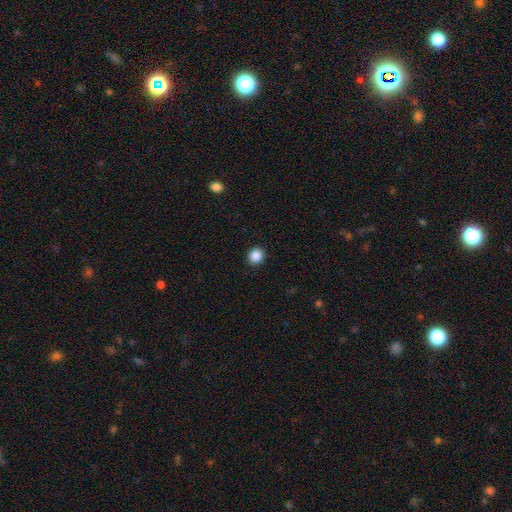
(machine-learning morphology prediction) A smooth galaxy with no disk features (88%) that is round (90%).

Vote fractions:
- Smooth or featured? smooth: 88% / star or artifact: 10% / featured or disk: 3%
- How rounded? round: 90% / in between: 9% / cigar-shaped: 1%
- Merging? none: 92% / minor disturbance: 5% / major disturbance: 2% / merger: 1%